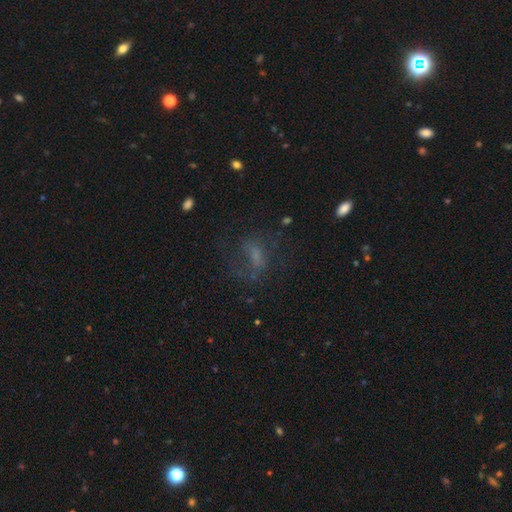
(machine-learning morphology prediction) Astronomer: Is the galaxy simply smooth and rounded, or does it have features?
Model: featured or disk — 42% (runner-up: smooth, 37%).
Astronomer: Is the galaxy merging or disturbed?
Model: none — 48% (runner-up: major disturbance, 31%).